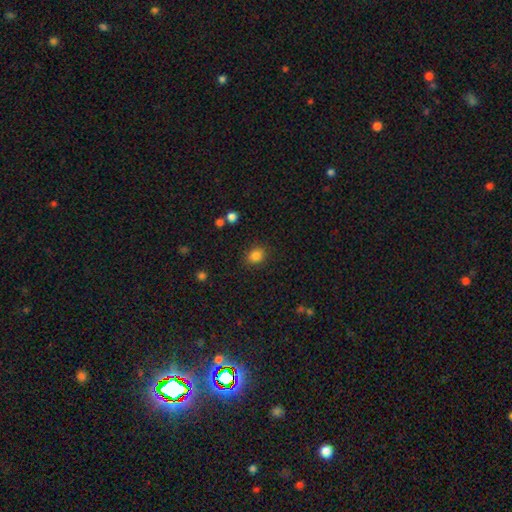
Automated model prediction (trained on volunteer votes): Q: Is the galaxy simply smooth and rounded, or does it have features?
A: smooth — 84%.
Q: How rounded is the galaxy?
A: round — 63%.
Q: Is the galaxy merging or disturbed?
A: none — 87%.